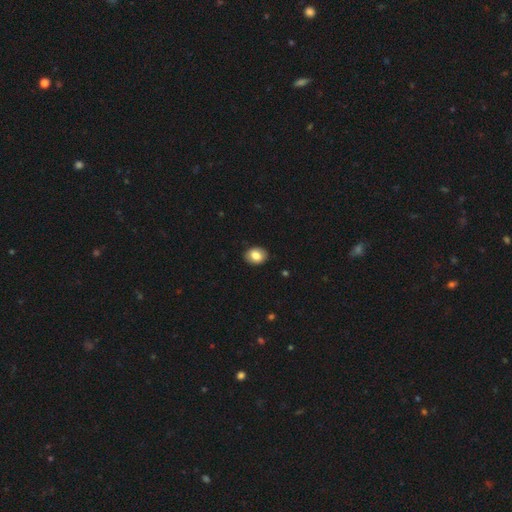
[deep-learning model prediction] The model was most divided on "how rounded": in between: 60%, round: 39%, cigar-shaped: 1%. More confident: merging — none (89%); smooth or featured — smooth (83%).